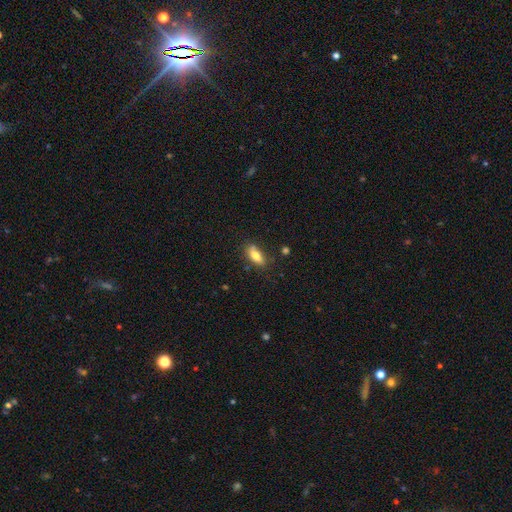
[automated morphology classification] smooth-or-featured: smooth: 78% | featured or disk: 15% | star or artifact: 8%
  how-rounded: in between: 80% | cigar-shaped: 17% | round: 4%
  merging: none: 72% | minor disturbance: 18% | merger: 5% | major disturbance: 4%